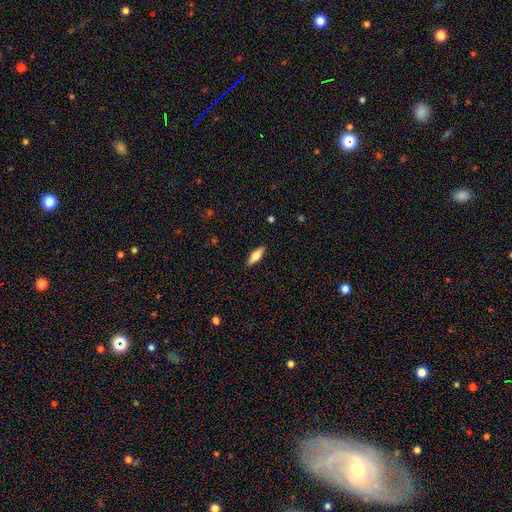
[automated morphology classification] Smooth or featured? Predicted: smooth (p=0.66). How rounded? Predicted: in between (p=0.54). Merging? Predicted: none (p=0.89).